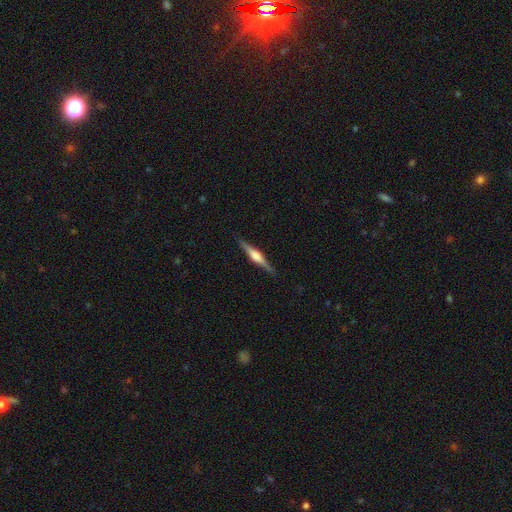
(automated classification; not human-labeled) A featured or disk galaxy (75%) viewed edge-on (98%) with a rounded central bulge (77%).

Vote fractions:
- Smooth or featured? featured or disk: 75% / smooth: 19% / star or artifact: 6%
- Edge-on disk? yes: 98% / no: 2%
- Edge-on bulge? rounded: 77% / boxy: 19% / none: 4%
- Merging? none: 89% / minor disturbance: 8% / major disturbance: 2% / merger: 1%